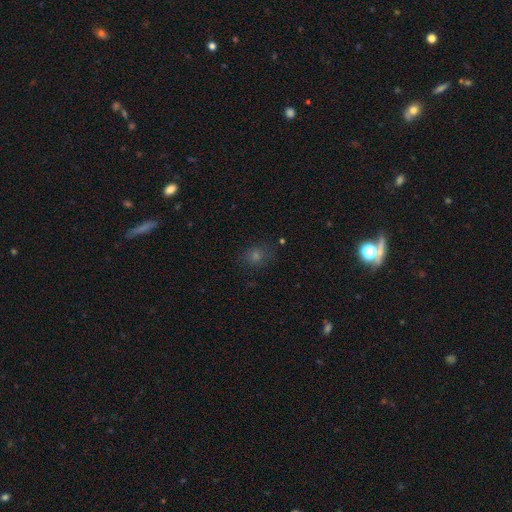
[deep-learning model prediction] A smooth galaxy with no disk features (58%) that is round (68%).

Vote fractions:
- Smooth or featured? smooth: 58% / star or artifact: 31% / featured or disk: 10%
- How rounded? round: 68% / in between: 30% / cigar-shaped: 1%
- Merging? none: 82% / minor disturbance: 12% / major disturbance: 4% / merger: 2%